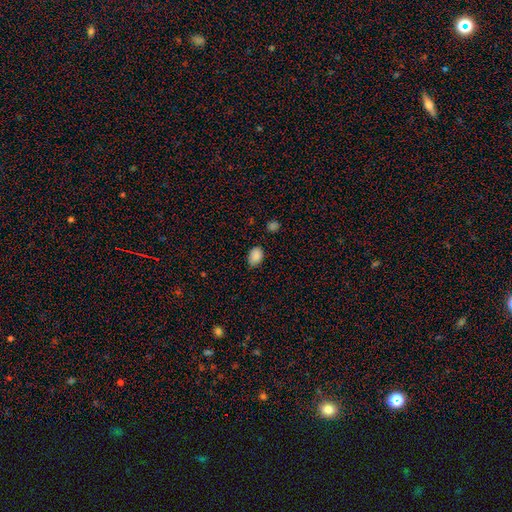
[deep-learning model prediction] Smooth or featured? smooth (87%)
How rounded? in between (75%)
Merging? none (72%)